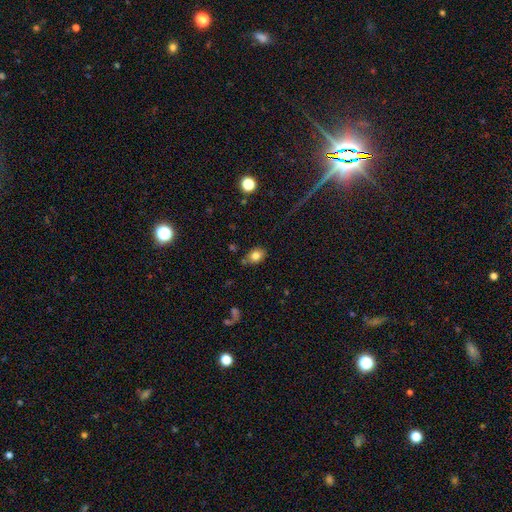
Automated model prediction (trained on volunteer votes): Morphology: type=smooth (81%); roundness=in between (66%); merging=none (77%).